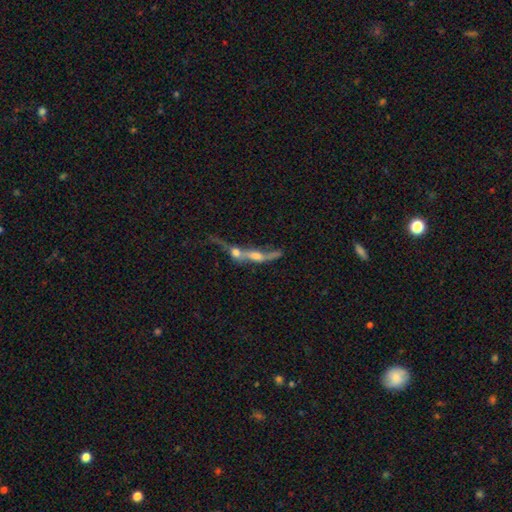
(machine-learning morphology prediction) smooth-or-featured: featured or disk: 60% | smooth: 24% | star or artifact: 15%
  disk-edge-on: no: 50% (tied) | yes: 50% (tied)
  merging: merger: 66% | none: 15% | major disturbance: 12% | minor disturbance: 7%